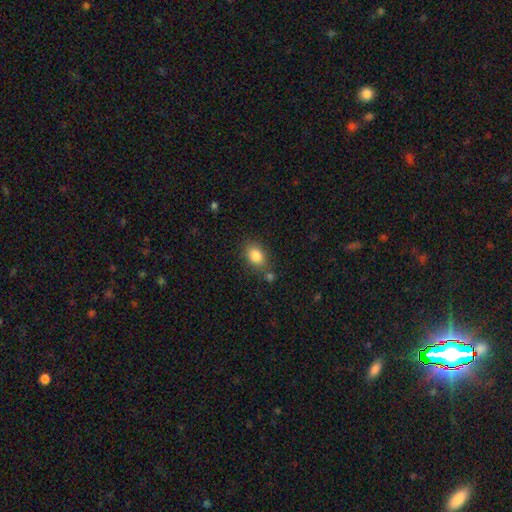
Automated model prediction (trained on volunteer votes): This is clearly a smooth galaxy (84%). How rounded: likely in between (73%). Merging: likely none (71%).